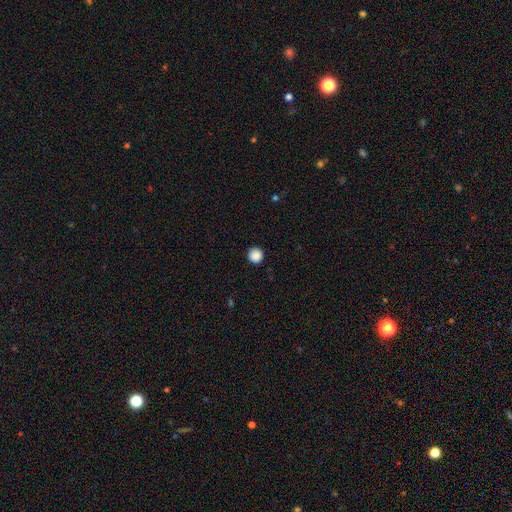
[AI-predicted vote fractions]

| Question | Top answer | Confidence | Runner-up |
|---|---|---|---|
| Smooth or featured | smooth | 89% | star or artifact (9%) |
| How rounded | round | 96% | in between (3%) |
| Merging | none | 93% | minor disturbance (5%) |